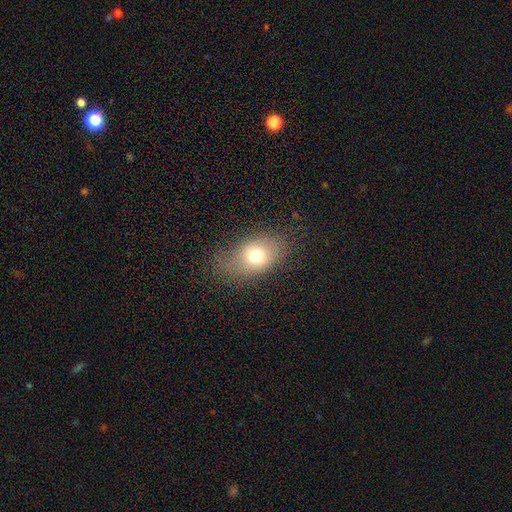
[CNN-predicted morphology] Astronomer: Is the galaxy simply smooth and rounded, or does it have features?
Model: smooth — 72%.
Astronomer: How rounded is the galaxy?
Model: in between — 77%.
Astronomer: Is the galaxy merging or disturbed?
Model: none — 65%.